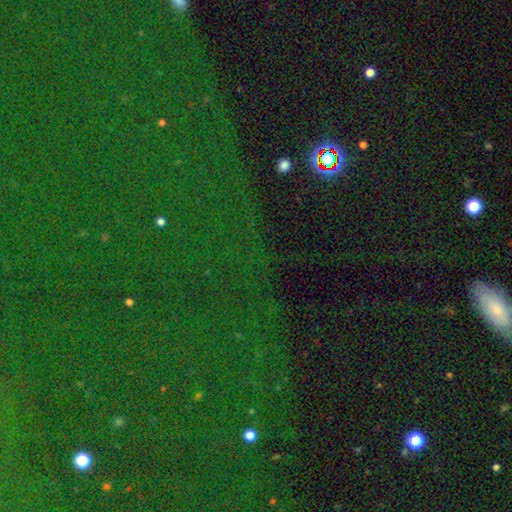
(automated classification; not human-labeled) star or artifact 83%, smooth 9%, featured or disk 8%.